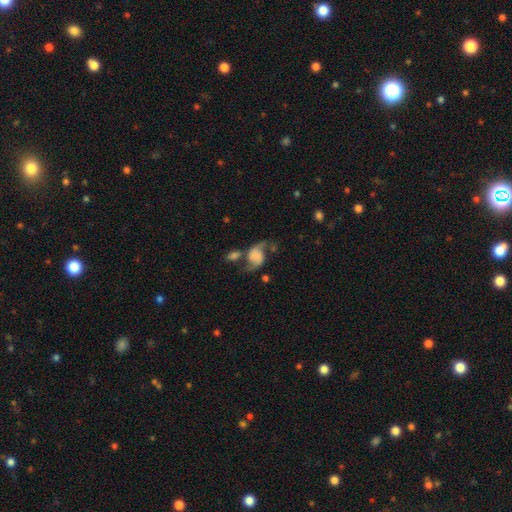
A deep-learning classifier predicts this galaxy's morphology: featured or disk 62%, smooth 28%, star or artifact 10%. Down the decision tree: edge-on disk — no (97%); bar — no (68%); spiral arms — yes (88%); spiral arm count — 2 (88%); spiral winding — loose (75%); bulge size — none (59%); merging — none (38%).